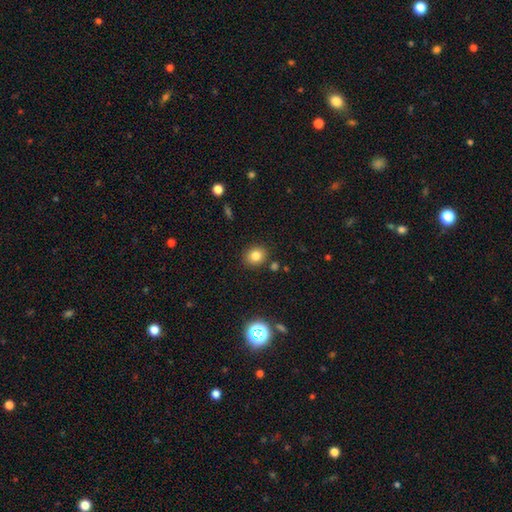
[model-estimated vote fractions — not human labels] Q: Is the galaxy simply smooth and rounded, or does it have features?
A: smooth — 81%.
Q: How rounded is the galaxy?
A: round — 69%.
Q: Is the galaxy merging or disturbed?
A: none — 85%.